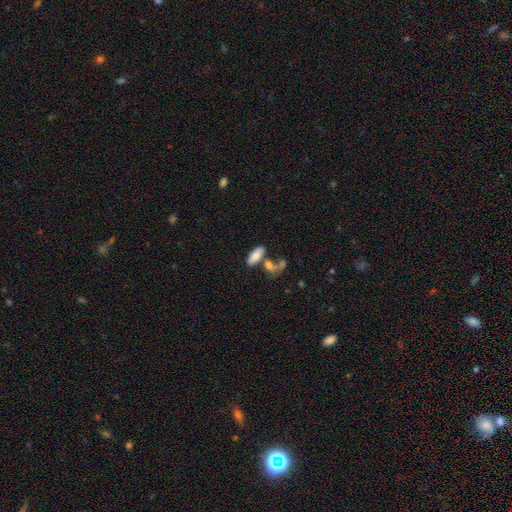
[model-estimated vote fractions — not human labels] Smooth or featured? Predicted: smooth (p=0.81). How rounded? Predicted: in between (p=0.79). Merging? Predicted: none (p=0.52).